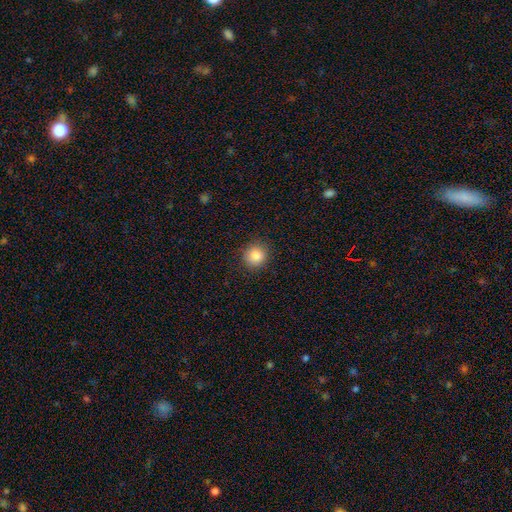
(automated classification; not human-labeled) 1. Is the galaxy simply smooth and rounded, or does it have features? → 86% smooth, 10% star or artifact, 5% featured or disk.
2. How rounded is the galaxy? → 91% round, 8% in between, 1% cigar-shaped.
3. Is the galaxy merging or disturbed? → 89% none, 8% minor disturbance, 2% major disturbance, 1% merger.